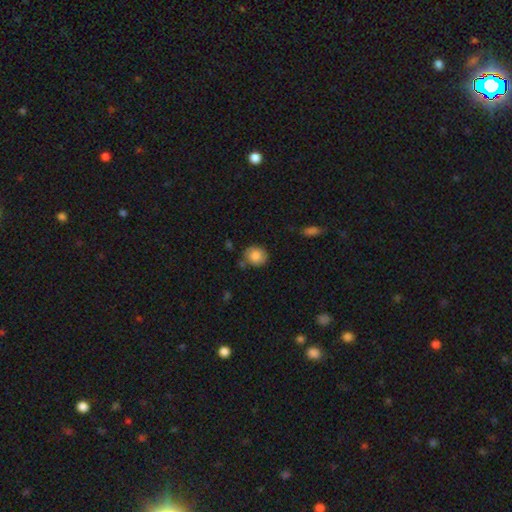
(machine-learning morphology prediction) A smooth galaxy with no disk features (84%) that is round (73%).

Vote fractions:
- Smooth or featured? smooth: 84% / star or artifact: 8% / featured or disk: 8%
- How rounded? round: 73% / in between: 26% / cigar-shaped: 1%
- Merging? none: 74% / minor disturbance: 16% / merger: 6% / major disturbance: 4%